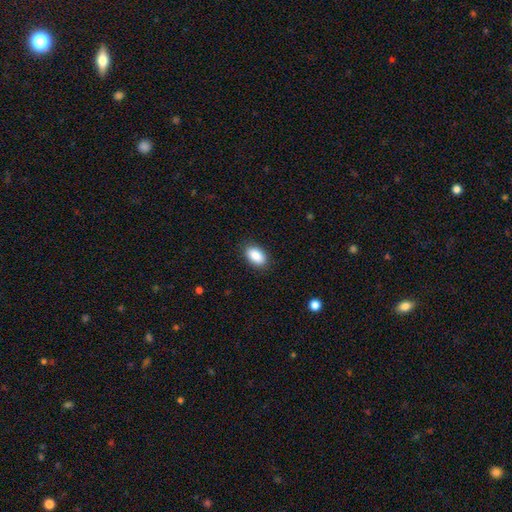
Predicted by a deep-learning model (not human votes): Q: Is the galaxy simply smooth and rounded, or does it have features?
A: smooth — 89%.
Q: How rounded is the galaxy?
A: in between — 92%.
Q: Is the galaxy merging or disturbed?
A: none — 88%.